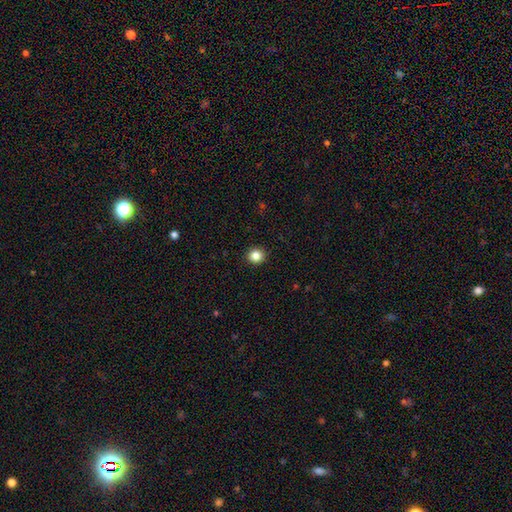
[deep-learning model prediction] Smooth or featured? Predicted: smooth (p=0.85). How rounded? Predicted: round (p=0.91). Merging? Predicted: none (p=0.93).